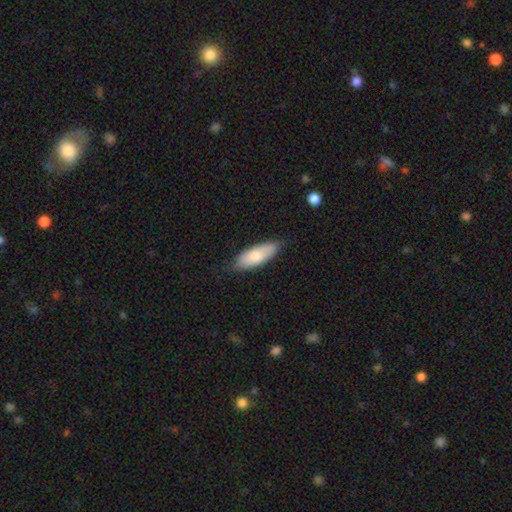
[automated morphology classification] This is clearly a smooth galaxy (80%). How rounded: likely in between (74%). Merging: likely none (78%).